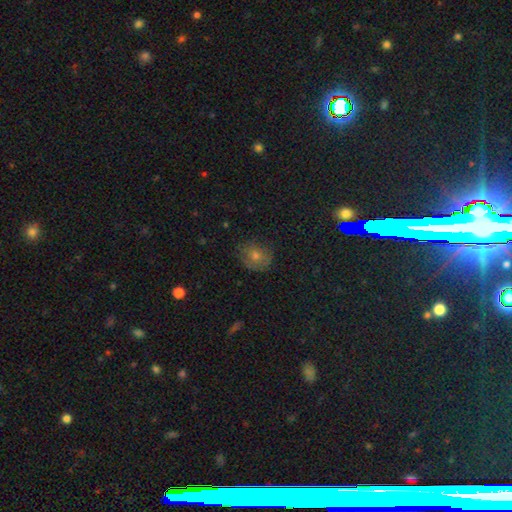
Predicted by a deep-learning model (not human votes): Smooth or featured: smooth — 58% (star or artifact — 22%)
How rounded: round — 68% (in between — 31%)
Merging: none — 74% (minor disturbance — 19%)